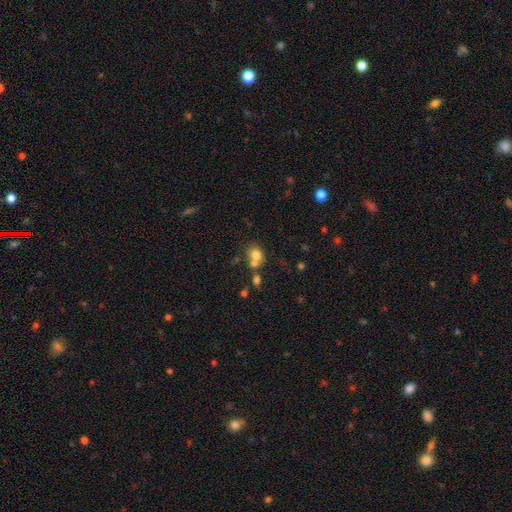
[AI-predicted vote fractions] A smooth galaxy with no disk features (73%) that is round (70%).

Vote fractions:
- Smooth or featured? smooth: 73% / featured or disk: 14% / star or artifact: 12%
- How rounded? round: 70% / in between: 29% / cigar-shaped: 1%
- Merging? merger: 47% / none: 39% / minor disturbance: 9% / major disturbance: 4%